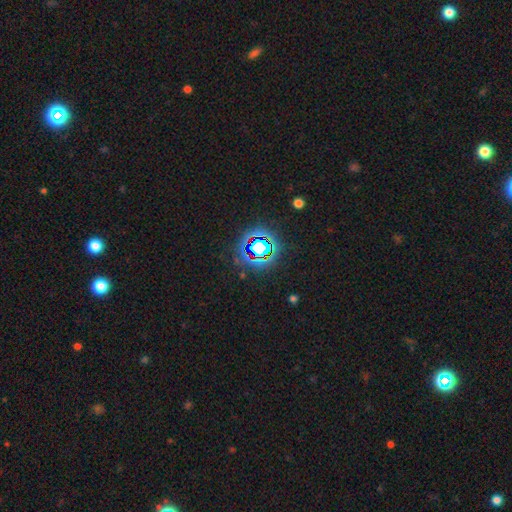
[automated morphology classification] star or artifact 78%, smooth 14%, featured or disk 9%.